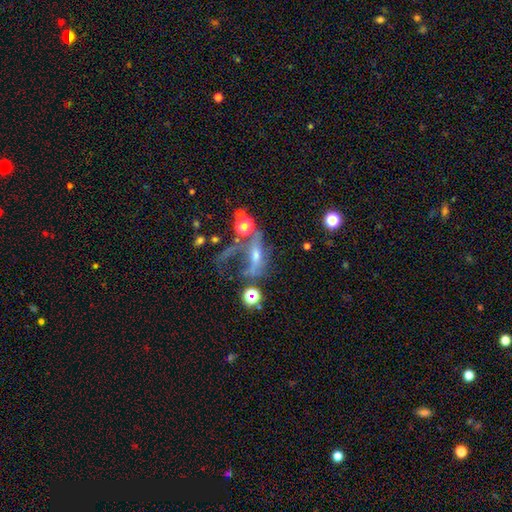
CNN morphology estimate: A featured or disk galaxy (56%).

Vote fractions:
- Smooth or featured? featured or disk: 56% / smooth: 26% / star or artifact: 18%
- Edge-on disk? no: 71% / yes: 29%
- Merging? major disturbance: 44% / none: 26% / merger: 17% / minor disturbance: 14%